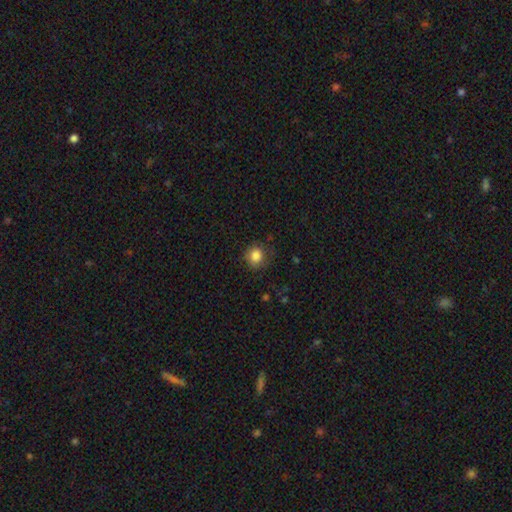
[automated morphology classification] smooth_or_featured: smooth (p=0.85) [alt: star or artifact p=0.10]
how_rounded: round (p=0.87) [alt: in between p=0.12]
merging: none (p=0.79) [alt: minor disturbance p=0.15]